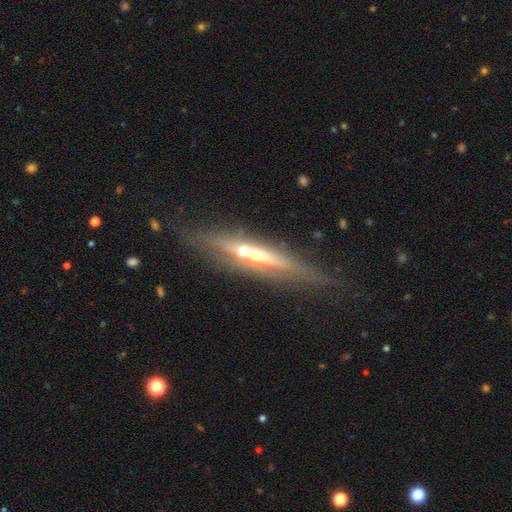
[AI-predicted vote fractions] smooth-or-featured: featured or disk: 74% | smooth: 17% | star or artifact: 9%
  disk-edge-on: yes: 91% | no: 9%
    edge-on-bulge: rounded: 80% | none: 15% | boxy: 4%
  merging: none: 73% | minor disturbance: 13% | merger: 9% | major disturbance: 4%